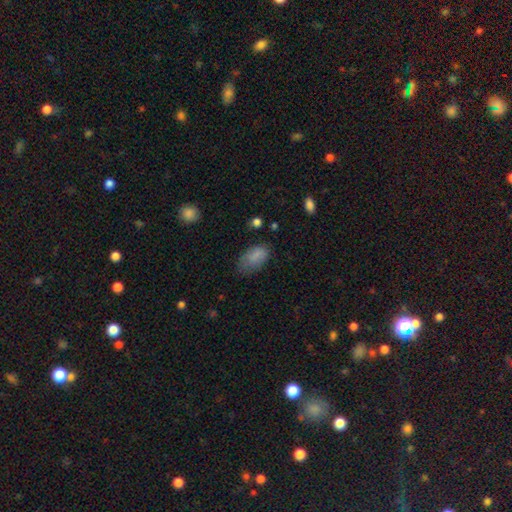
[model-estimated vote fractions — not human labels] Overall: smooth (81%). How rounded: in between (93%). Merging: none (55%; minor disturbance 31%).